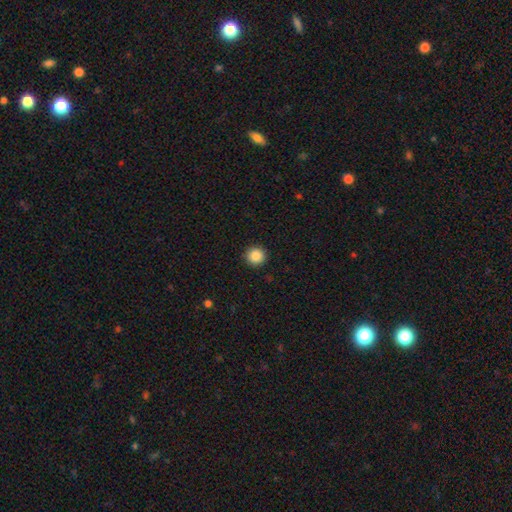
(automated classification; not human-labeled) A smooth galaxy with no disk features (87%) that is round (95%).

Vote fractions:
- Smooth or featured? smooth: 87% / star or artifact: 9% / featured or disk: 4%
- How rounded? round: 95% / in between: 4% / cigar-shaped: 1%
- Merging? none: 93% / minor disturbance: 5% / major disturbance: 2% / merger: 1%